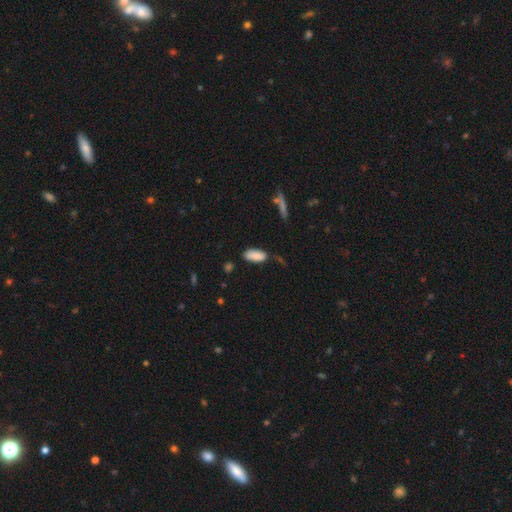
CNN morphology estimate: type=smooth (87%); roundness=in between (82%); merging=none (66%).